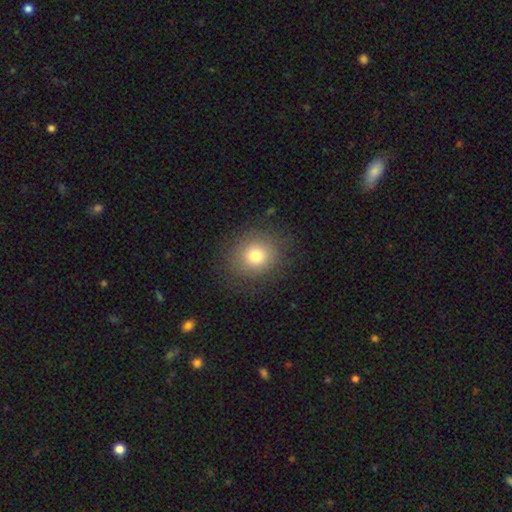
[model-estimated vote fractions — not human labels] Morphology: type=smooth (76%); roundness=round (81%); merging=none (84%).